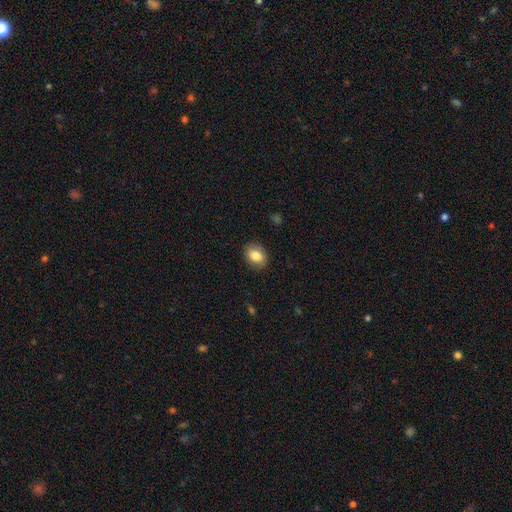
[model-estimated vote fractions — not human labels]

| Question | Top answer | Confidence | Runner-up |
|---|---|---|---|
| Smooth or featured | smooth | 83% | featured or disk (9%) |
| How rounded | in between | 61% | round (37%) |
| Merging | none | 87% | minor disturbance (10%) |